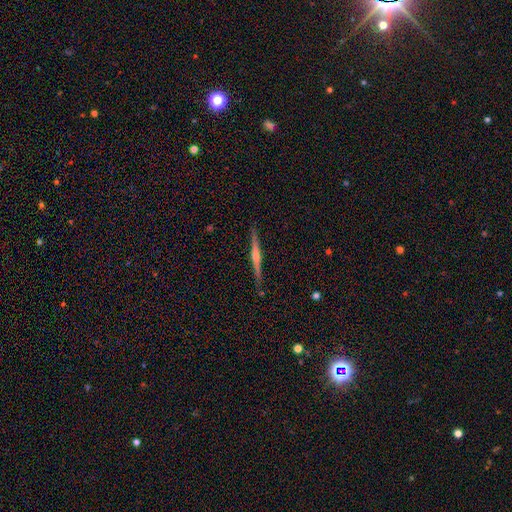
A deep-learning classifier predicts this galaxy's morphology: The model was most divided on "smooth or featured": featured or disk: 77%, smooth: 17%, star or artifact: 6%. More confident: edge-on disk — yes (98%); merging — none (91%); edge-on bulge — rounded (76%).